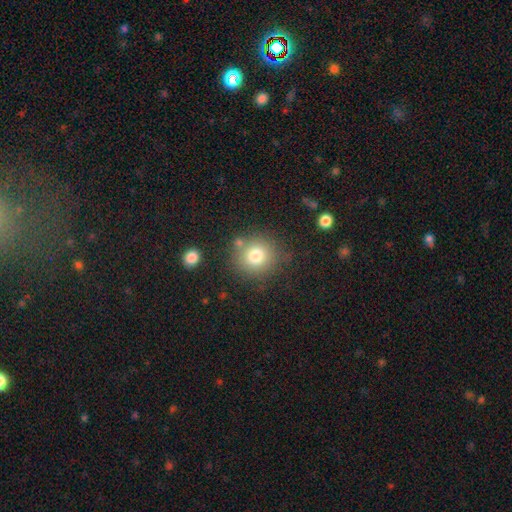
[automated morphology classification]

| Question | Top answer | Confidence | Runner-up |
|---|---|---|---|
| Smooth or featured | smooth | 78% | star or artifact (12%) |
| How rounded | round | 90% | in between (9%) |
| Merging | none | 76% | minor disturbance (12%) |